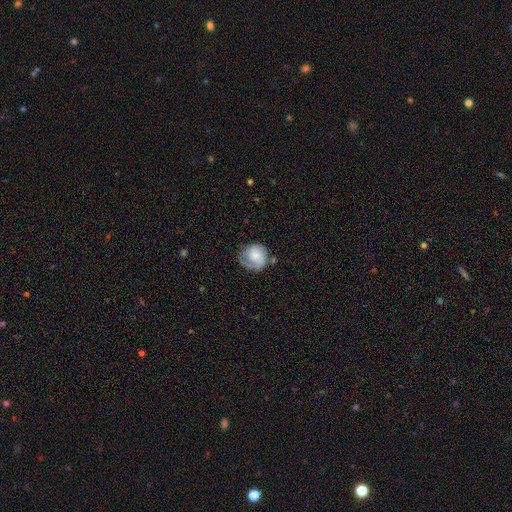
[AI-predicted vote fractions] Smooth or featured? smooth (50%)
How rounded? round (82%)
Merging? none (55%)